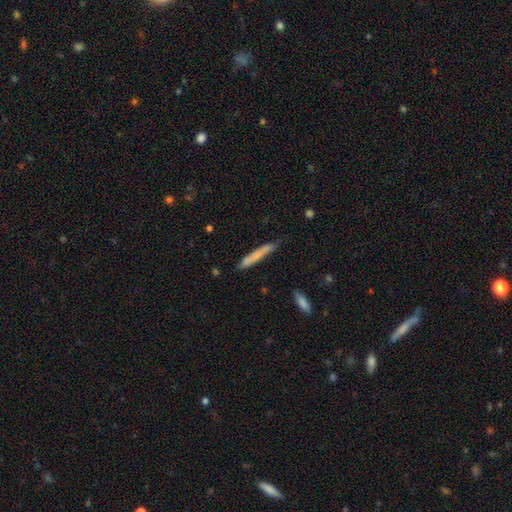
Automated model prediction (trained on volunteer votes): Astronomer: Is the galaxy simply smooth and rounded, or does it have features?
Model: smooth — 71%.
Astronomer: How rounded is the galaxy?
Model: cigar-shaped — 95%.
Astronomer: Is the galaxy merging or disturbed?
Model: none — 71%.